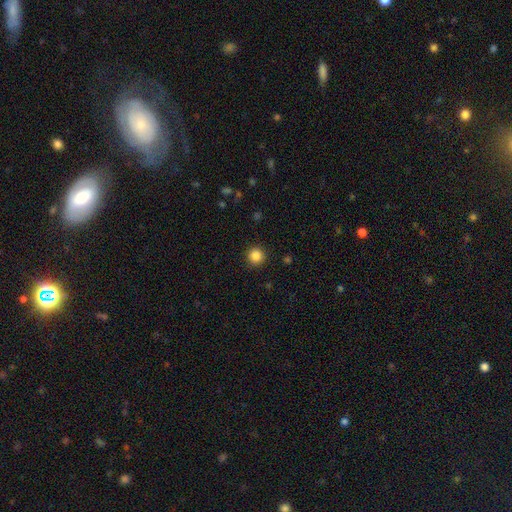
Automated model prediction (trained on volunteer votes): Smooth or featured: smooth — 85% (star or artifact — 11%)
How rounded: round — 95% (in between — 4%)
Merging: none — 92% (minor disturbance — 5%)